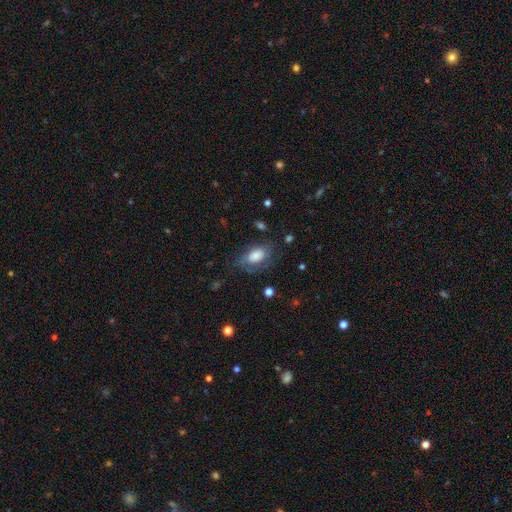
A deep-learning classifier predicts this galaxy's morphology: This appears to be a smooth galaxy with no disk features (65%) that is in between round and cigar-shaped (91%). Merging: none (58%).